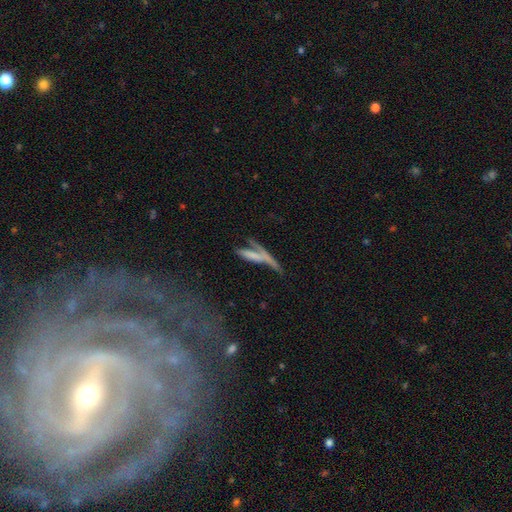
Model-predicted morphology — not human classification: A smooth galaxy with no disk features (45%).

Vote fractions:
- Smooth or featured? smooth: 45% / featured or disk: 43% / star or artifact: 12%
- Merging? merger: 41% / none: 25% / major disturbance: 21% / minor disturbance: 13%